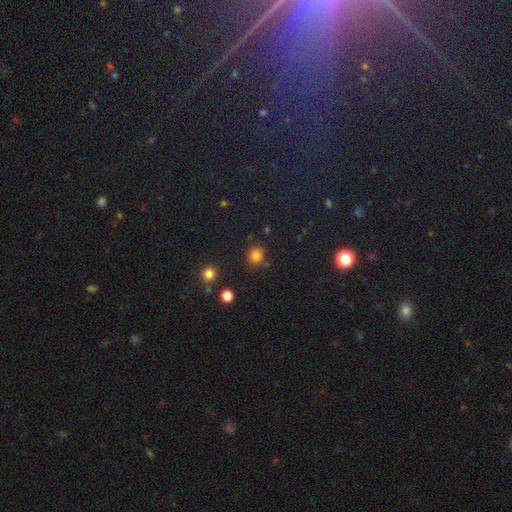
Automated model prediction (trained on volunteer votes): This is clearly a smooth galaxy (80%). How rounded: likely round (76%). Merging: clearly none (80%).